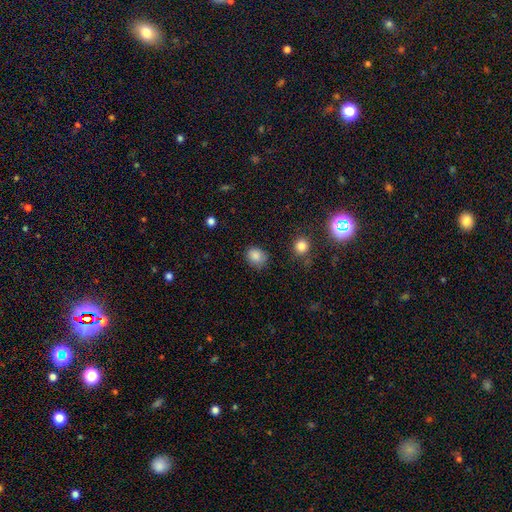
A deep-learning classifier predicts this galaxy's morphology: A smooth galaxy with no disk features (85%) that is round (54%).

Vote fractions:
- Smooth or featured? smooth: 85% / star or artifact: 10% / featured or disk: 4%
- How rounded? round: 54% / in between: 45% / cigar-shaped: 1%
- Merging? none: 74% / minor disturbance: 20% / major disturbance: 4% / merger: 2%